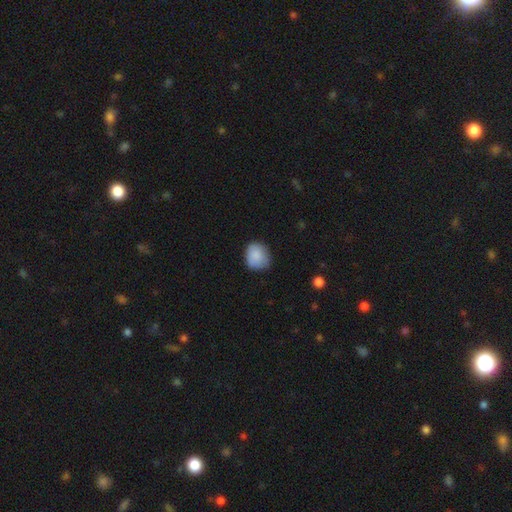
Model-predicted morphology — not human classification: Smooth or featured?
  - smooth: 87% *
  - star or artifact: 7%
  - featured or disk: 6%
How rounded?
  - round: 69% *
  - in between: 30%
  - cigar-shaped: 1%
Merging?
  - none: 71% *
  - minor disturbance: 24%
  - major disturbance: 4%
  - merger: 1%